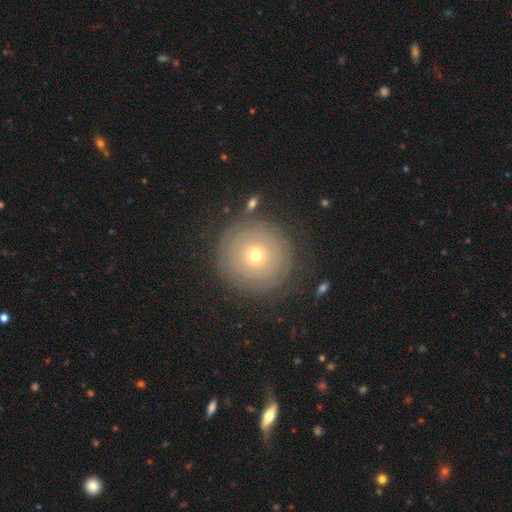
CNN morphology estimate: featured or disk 51%, smooth 39%, star or artifact 10%. Down the decision tree: edge-on disk — no (96%); merging — none (82%).